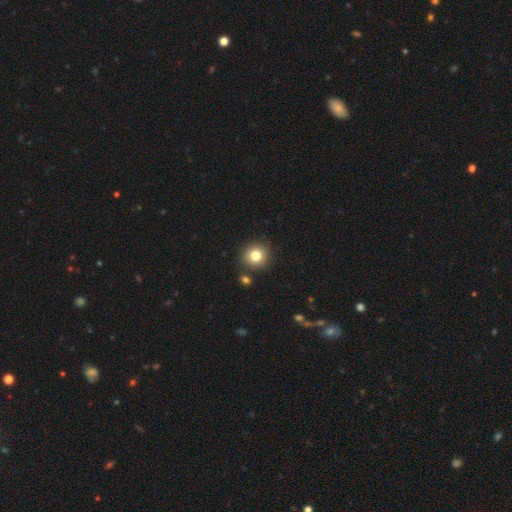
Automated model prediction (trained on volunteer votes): smooth_or_featured: smooth (p=0.81) [alt: star or artifact p=0.12]
how_rounded: round (p=0.90) [alt: in between p=0.09]
merging: none (p=0.85) [alt: minor disturbance p=0.08]